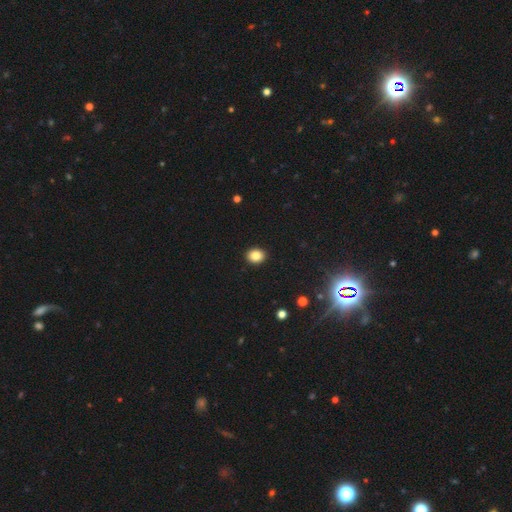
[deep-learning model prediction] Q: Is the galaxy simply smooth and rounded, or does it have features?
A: smooth — 85%.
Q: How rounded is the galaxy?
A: round — 56%.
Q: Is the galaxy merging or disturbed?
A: none — 92%.